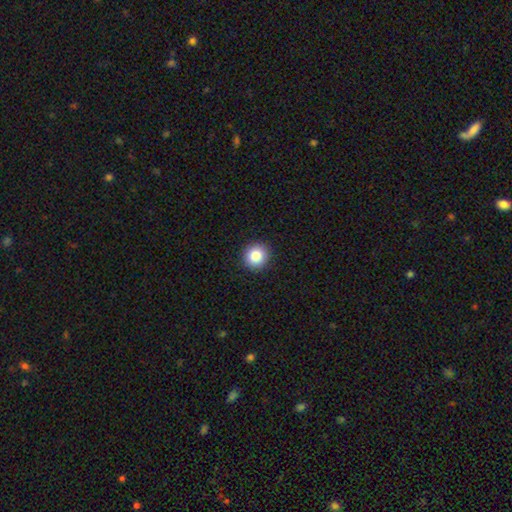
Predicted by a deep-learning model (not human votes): This appears to be a smooth galaxy with no disk features (86%) that is round (92%). Merging: none (92%).